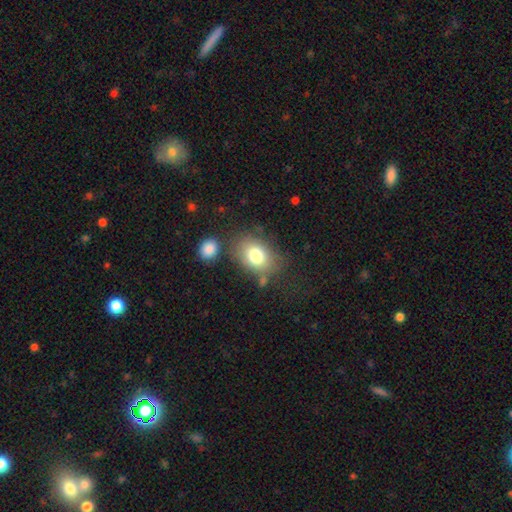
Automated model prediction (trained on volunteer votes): This appears to be a smooth galaxy with no disk features (78%) that is in between round and cigar-shaped (69%). Merging: none (66%).